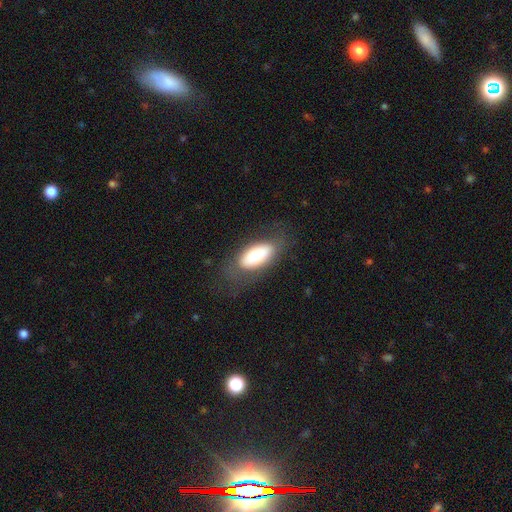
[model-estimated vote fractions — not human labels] This appears to be a smooth galaxy with no disk features (69%) that is in between round and cigar-shaped (86%). Merging: none (72%).